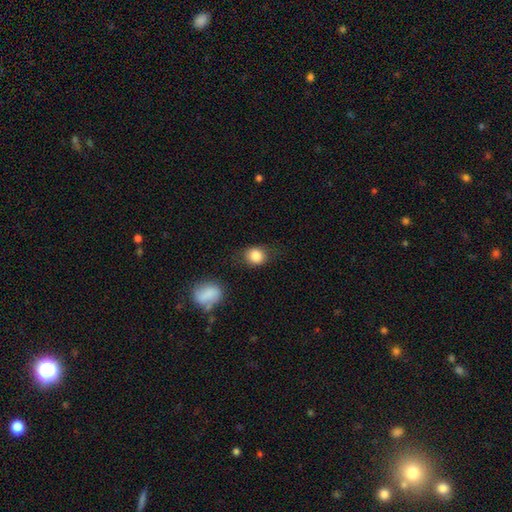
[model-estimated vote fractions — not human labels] smooth 85%, star or artifact 9%, featured or disk 6%. Down the decision tree: how rounded — round (62%); merging — none (71%).